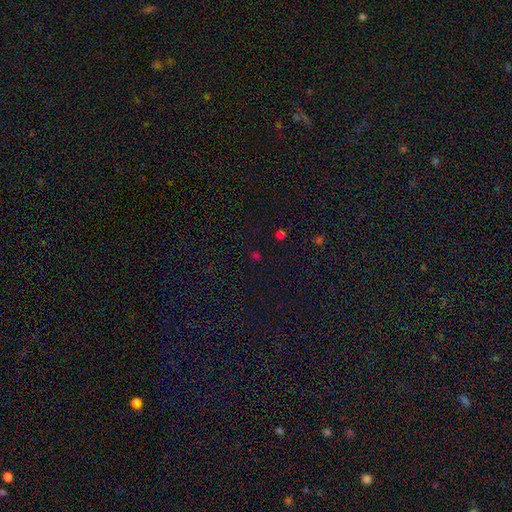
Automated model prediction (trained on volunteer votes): Smooth or featured?
  - star or artifact: 48% *
  - smooth: 46%
  - featured or disk: 6%